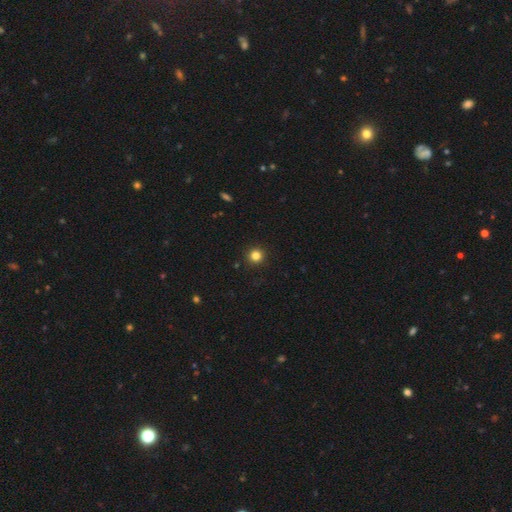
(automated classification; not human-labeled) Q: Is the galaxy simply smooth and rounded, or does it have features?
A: smooth — 82%.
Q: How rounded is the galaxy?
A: round — 95%.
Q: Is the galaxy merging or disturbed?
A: none — 93%.